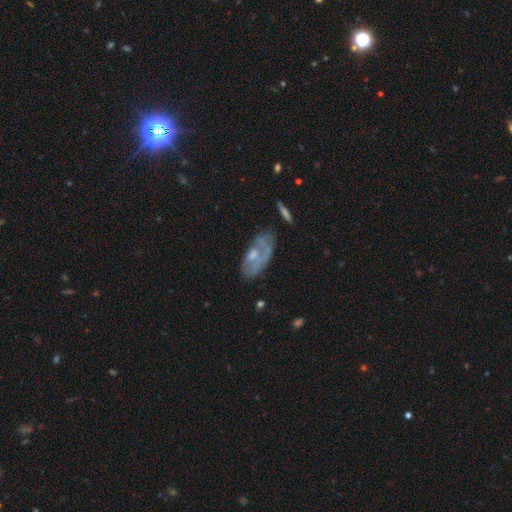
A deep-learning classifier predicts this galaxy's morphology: Smooth or featured?
  - featured or disk: 55% *
  - smooth: 38%
  - star or artifact: 7%
Edge-on disk?
  - no: 90% *
  - yes: 10%
Merging?
  - none: 48% *
  - minor disturbance: 28%
  - major disturbance: 19%
  - merger: 6%